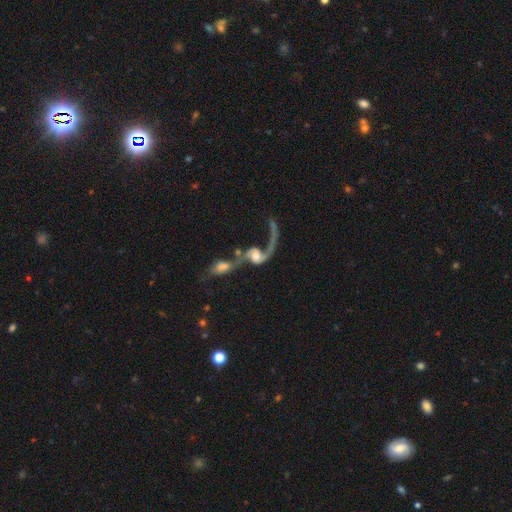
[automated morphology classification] Q: Smooth or featured?
A: featured or disk (72%); runner-up: smooth (20%)
Q: Edge-on disk?
A: no (93%); runner-up: yes (7%)
Q: Bar?
A: no (63%); runner-up: weak (28%)
Q: Spiral arms?
A: yes (82%); runner-up: no (18%)
Q: Spiral winding?
A: loose (89%); runner-up: medium (8%)
Q: Spiral arm count?
A: 1 (47%); tied with: 2 (47%)
Q: Bulge size?
A: moderate (40%); runner-up: large (28%)
Q: Merging?
A: merger (75%); runner-up: major disturbance (12%)